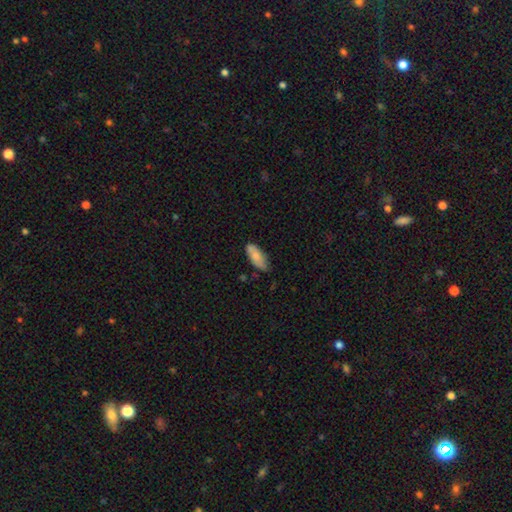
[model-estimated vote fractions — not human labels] smooth-or-featured: smooth: 79% | featured or disk: 15% | star or artifact: 6%
  how-rounded: in between: 80% | cigar-shaped: 18% | round: 2%
  merging: none: 66% | minor disturbance: 28% | major disturbance: 4% | merger: 2%